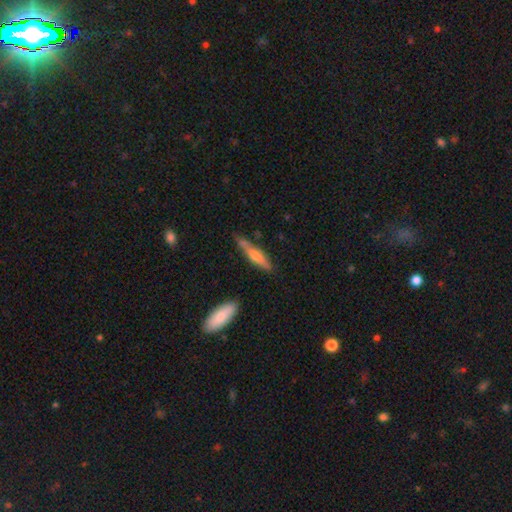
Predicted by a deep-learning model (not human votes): The model was most divided on "smooth or featured": smooth: 54%, featured or disk: 40%, star or artifact: 6%. More confident: how rounded — cigar-shaped (79%); merging — none (66%).